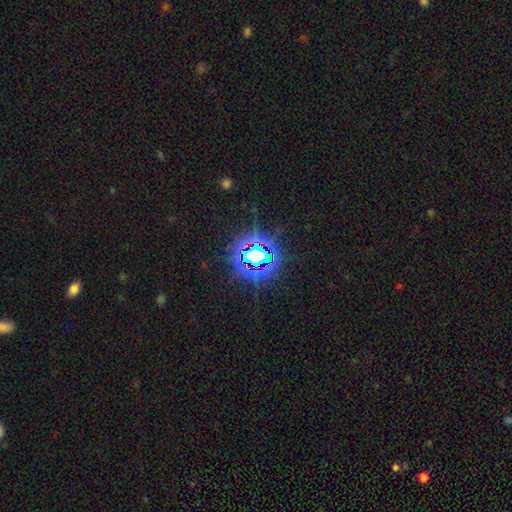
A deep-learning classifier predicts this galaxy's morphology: A star or artifact, not a galaxy (79%).